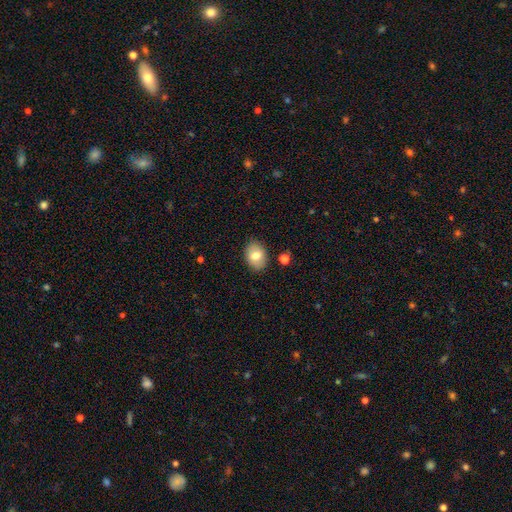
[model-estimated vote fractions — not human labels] Smooth or featured: smooth — 77% (featured or disk — 15%)
How rounded: in between — 75% (round — 24%)
Merging: none — 87% (minor disturbance — 9%)